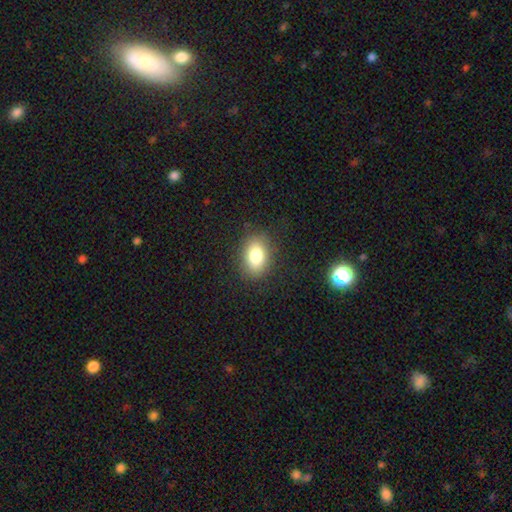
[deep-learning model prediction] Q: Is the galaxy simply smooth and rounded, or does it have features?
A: smooth — 81%.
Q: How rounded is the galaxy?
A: in between — 81%.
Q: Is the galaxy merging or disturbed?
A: none — 85%.